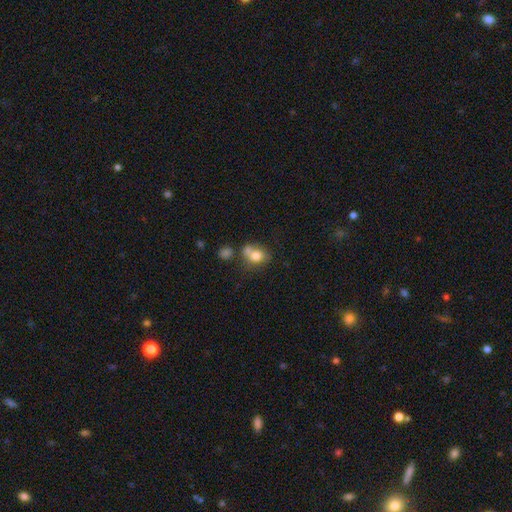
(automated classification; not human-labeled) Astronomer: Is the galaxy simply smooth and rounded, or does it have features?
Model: smooth — 76%.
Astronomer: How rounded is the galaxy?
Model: round — 56% (runner-up: in between, 43%).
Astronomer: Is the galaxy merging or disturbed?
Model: merger — 38%, tied with none at 38%.